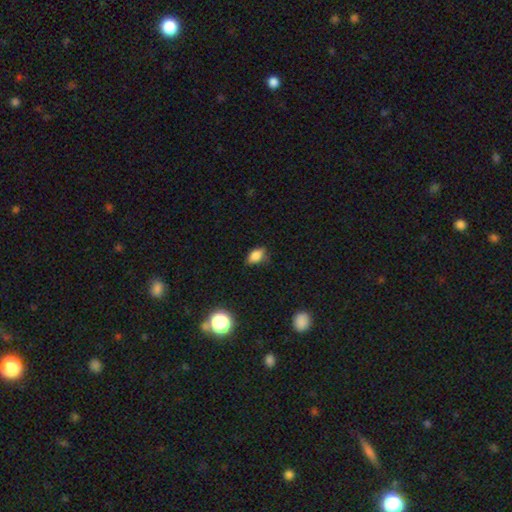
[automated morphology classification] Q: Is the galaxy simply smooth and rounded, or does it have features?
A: smooth — 80%.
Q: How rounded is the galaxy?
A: in between — 85%.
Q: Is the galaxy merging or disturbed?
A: none — 70%.